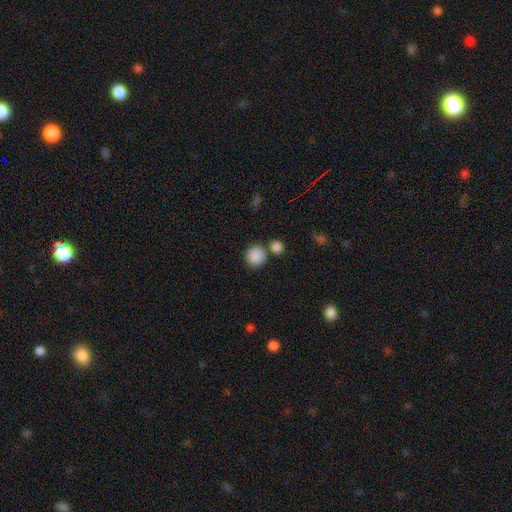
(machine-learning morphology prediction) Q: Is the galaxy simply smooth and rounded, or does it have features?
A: smooth — 88%.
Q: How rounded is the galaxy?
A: round — 89%.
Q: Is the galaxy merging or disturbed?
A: none — 71%.